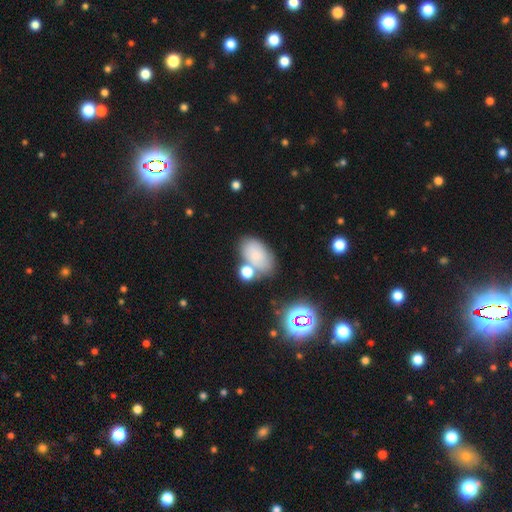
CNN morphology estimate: This appears to be a smooth galaxy with no disk features (70%) that is in between round and cigar-shaped (89%). Merging: none (53%).